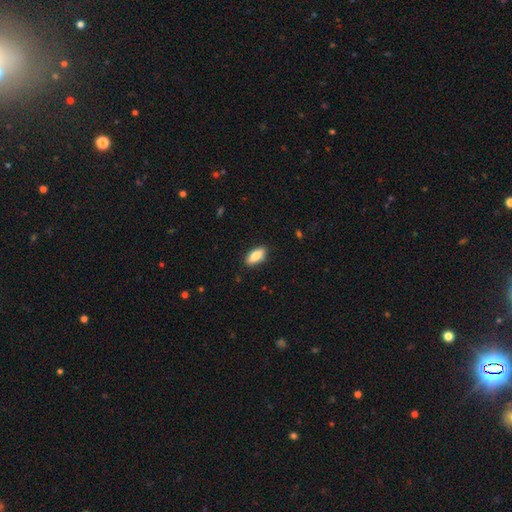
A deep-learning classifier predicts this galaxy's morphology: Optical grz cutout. It shows a smooth galaxy with no disk features (77%) that is in between round and cigar-shaped (84%). Merging: none (88%).